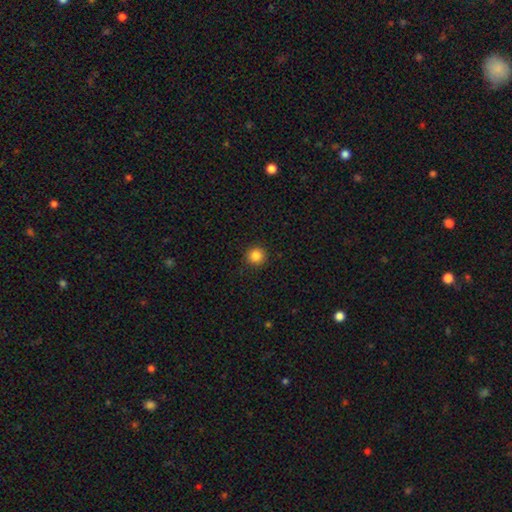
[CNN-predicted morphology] smooth-or-featured: smooth: 85% | star or artifact: 11% | featured or disk: 4%
  how-rounded: round: 94% | in between: 5% | cigar-shaped: 1%
  merging: none: 92% | minor disturbance: 5% | major disturbance: 2% | merger: 1%